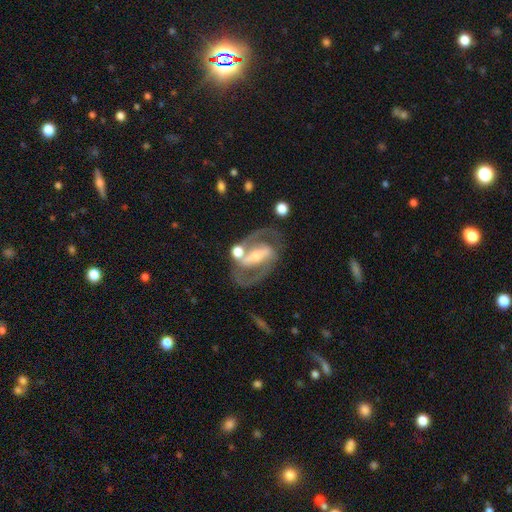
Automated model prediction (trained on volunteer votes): A featured or disk galaxy (88%) with a strong bar (71%), 2 (91%) medium (58%) spiral arms (93%) and a moderate central bulge (45%).

Vote fractions:
- Smooth or featured? featured or disk: 88% / smooth: 7% / star or artifact: 5%
- Edge-on disk? no: 96% / yes: 4%
- Bar? strong: 71% / weak: 20% / no: 9%
- Spiral arms? yes: 93% / no: 7%
- Spiral winding? medium: 58% / tight: 28% / loose: 14%
- Spiral arm count? 2: 91% / can't tell: 3% / 1: 2% / 3: 1% / 4: 1% / more than 4: 1%
- Bulge size? moderate: 45% / small: 42% / large: 7% / none: 4% / dominant: 2%
- Merging? none: 68% / minor disturbance: 14% / merger: 10% / major disturbance: 8%